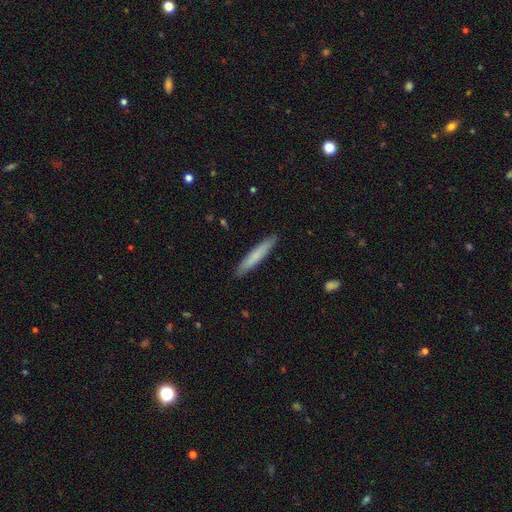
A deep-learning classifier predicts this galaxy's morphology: This is likely a smooth galaxy (72%). How rounded: clearly cigar-shaped (94%). Merging: clearly none (91%).